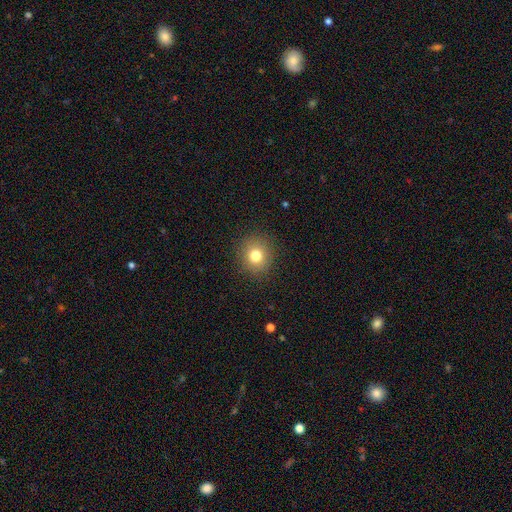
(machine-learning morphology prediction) Smooth or featured? Predicted: smooth (p=0.79). How rounded? Predicted: round (p=0.87). Merging? Predicted: none (p=0.90).